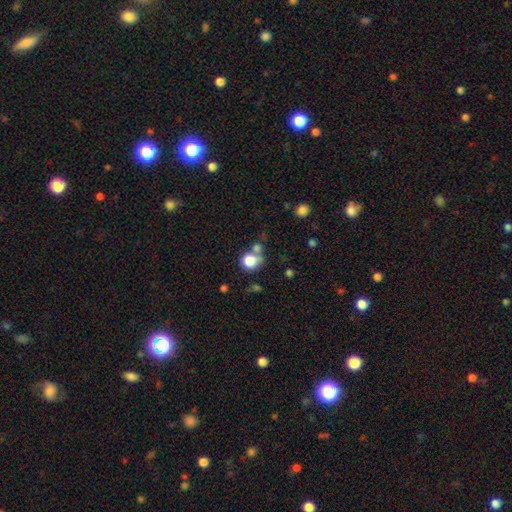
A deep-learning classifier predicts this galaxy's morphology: smooth_or_featured: smooth (p=0.80) [alt: star or artifact p=0.11]
how_rounded: round (p=0.77) [alt: in between p=0.22]
merging: none (p=0.49) [alt: merger p=0.30]